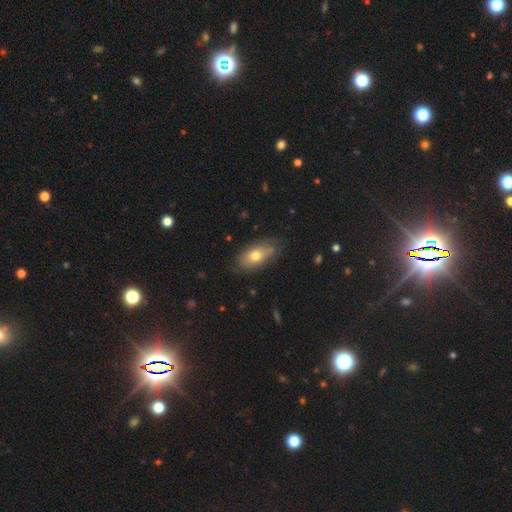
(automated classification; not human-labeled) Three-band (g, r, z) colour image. It shows a smooth galaxy with no disk features (67%) that is in between round and cigar-shaped (87%). Merging: none (71%).